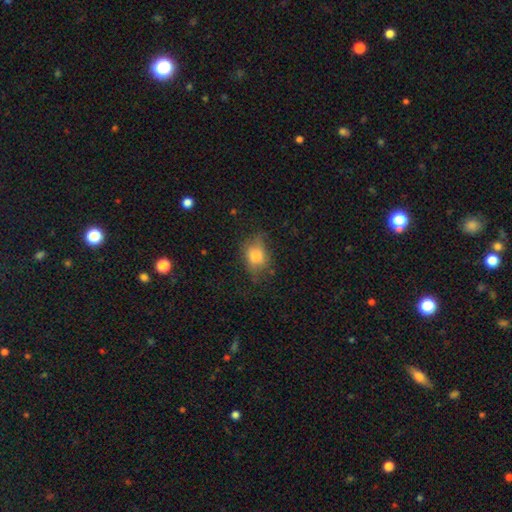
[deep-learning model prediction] This is likely a smooth galaxy (72%). How rounded: likely in between (66%). Merging: possibly none (52%).